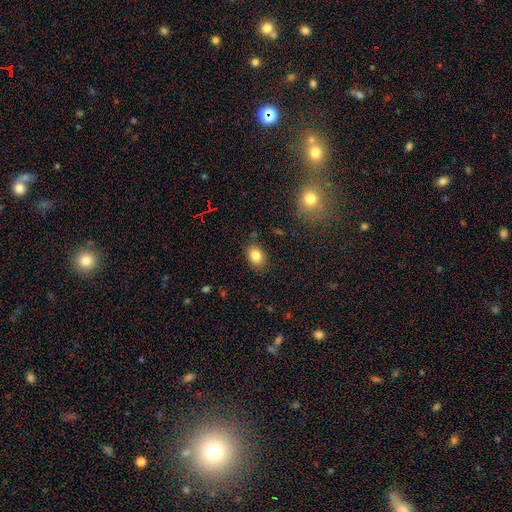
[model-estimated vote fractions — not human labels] A smooth galaxy with no disk features (83%) that is in between round and cigar-shaped (71%). Merging: none (85%).